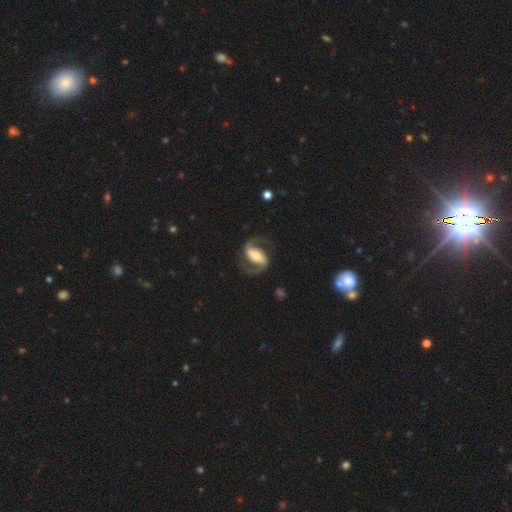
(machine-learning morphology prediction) This appears to be a featured or disk galaxy (89%) with a strong bar (57%), 2 (94%) medium (54%) spiral arms (97%) and a moderate central bulge (56%). Merging: none (79%).